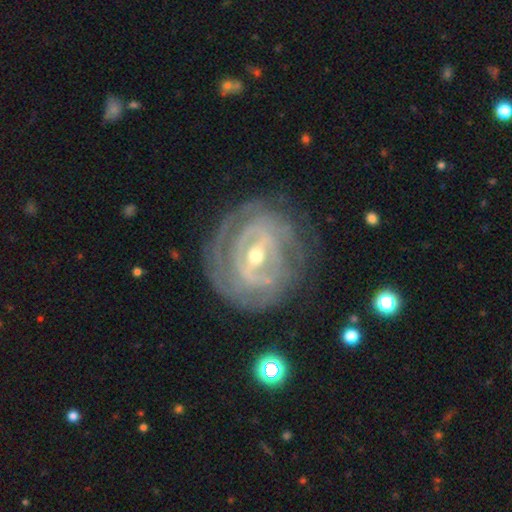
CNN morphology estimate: Overall: featured or disk (87%). Edge-on disk: no (95%). Bar: strong (43%; weak 40%). Spiral arms: yes (85%). Spiral arm count: can't tell (44%; 2 23%). Spiral winding: tight (77%). Bulge size: moderate (53%; small 43%). Merging: none (74%).